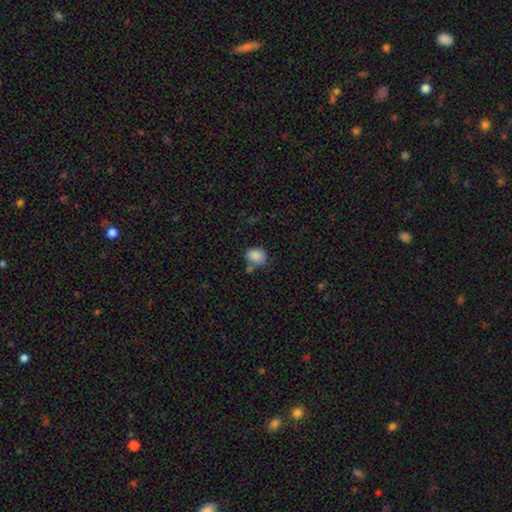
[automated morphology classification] This appears to be a smooth galaxy with no disk features (86%) that is in between round and cigar-shaped (64%). Merging: none (57%).